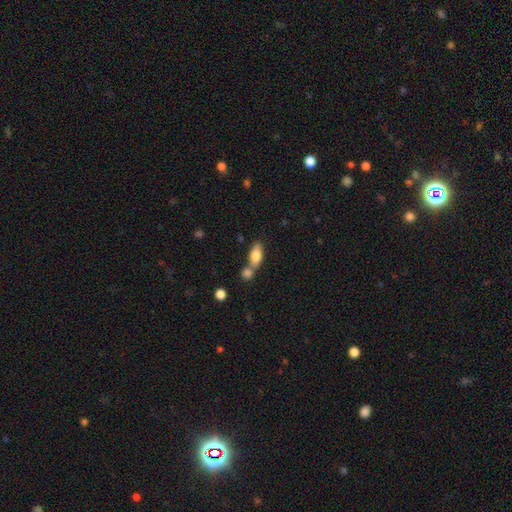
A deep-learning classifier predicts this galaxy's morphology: A smooth galaxy with no disk features (80%) that is in between round and cigar-shaped (83%).

Vote fractions:
- Smooth or featured? smooth: 80% / featured or disk: 13% / star or artifact: 7%
- How rounded? in between: 83% / cigar-shaped: 12% / round: 5%
- Merging? none: 47% / merger: 39% / minor disturbance: 11% / major disturbance: 4%